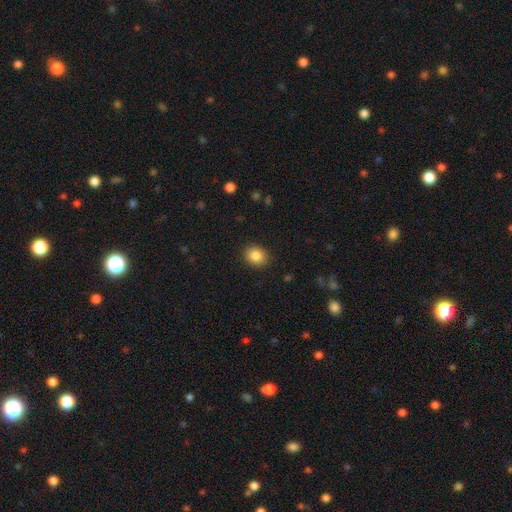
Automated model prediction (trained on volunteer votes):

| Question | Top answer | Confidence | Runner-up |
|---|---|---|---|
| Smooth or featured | smooth | 86% | star or artifact (9%) |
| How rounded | round | 57% | in between (42%) |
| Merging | none | 89% | minor disturbance (7%) |